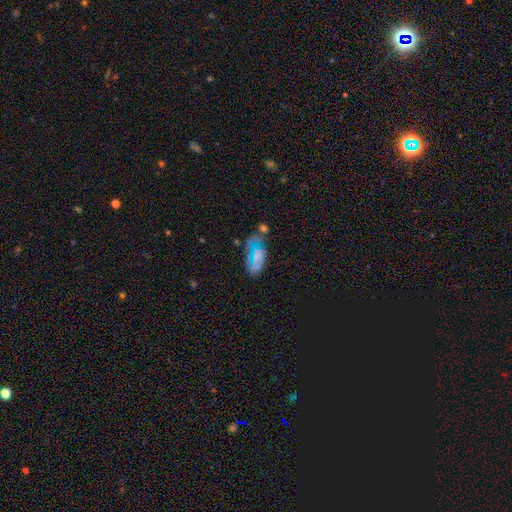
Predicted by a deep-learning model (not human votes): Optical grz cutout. It shows a featured or disk galaxy (55%) with no bar (61%), spiral arms (59%) and no central bulge (37%). Merging: none (33%).